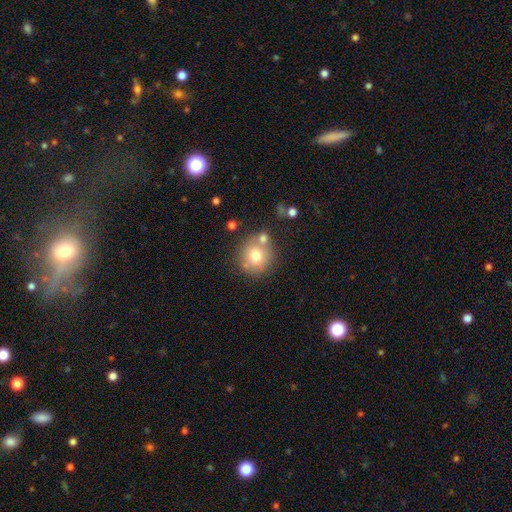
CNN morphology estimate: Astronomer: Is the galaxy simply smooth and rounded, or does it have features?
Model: smooth — 71%.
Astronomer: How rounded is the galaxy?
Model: round — 89%.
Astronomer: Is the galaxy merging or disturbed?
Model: none — 67%.